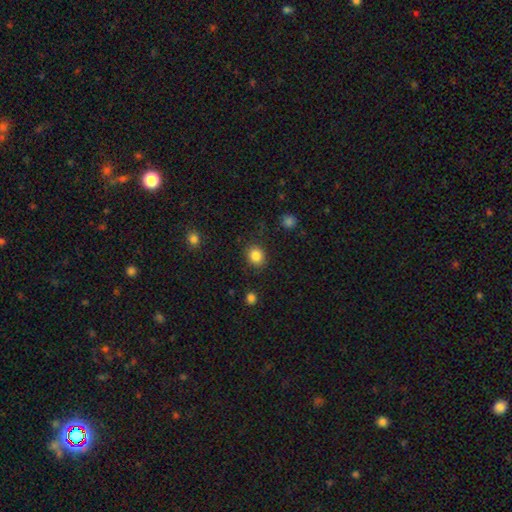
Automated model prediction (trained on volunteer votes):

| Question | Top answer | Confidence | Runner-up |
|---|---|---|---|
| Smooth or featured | smooth | 85% | star or artifact (10%) |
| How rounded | round | 75% | in between (24%) |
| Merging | none | 87% | minor disturbance (8%) |